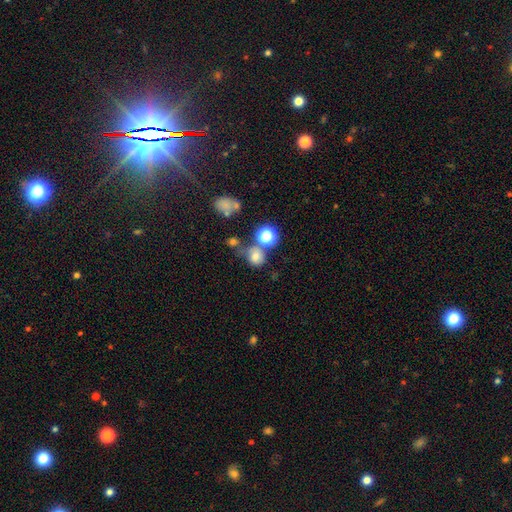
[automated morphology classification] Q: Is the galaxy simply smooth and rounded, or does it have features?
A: smooth — 74%.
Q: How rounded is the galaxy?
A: round — 75%.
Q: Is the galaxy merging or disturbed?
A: none — 53%.